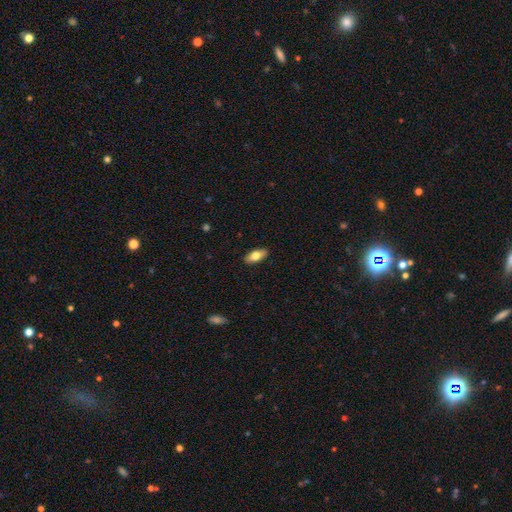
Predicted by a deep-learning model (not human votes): smooth 74%, featured or disk 20%, star or artifact 6%. Down the decision tree: how rounded — in between (87%); merging — none (89%).